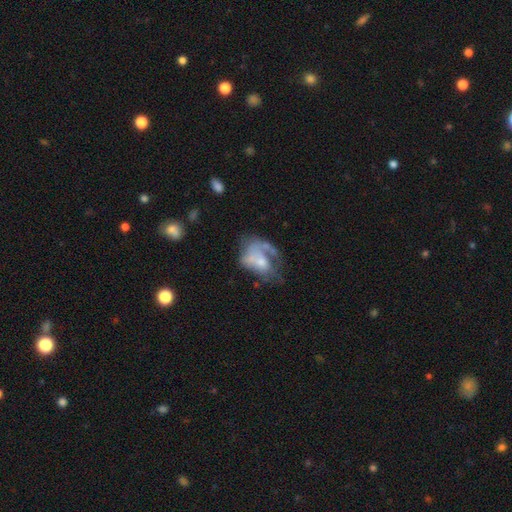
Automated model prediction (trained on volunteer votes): Morphology: type=featured or disk (53%); edge-on=no (97%); bar=no (81%); spiral arms=no (62%); bulge=moderate (37%); merging=major disturbance (41%).